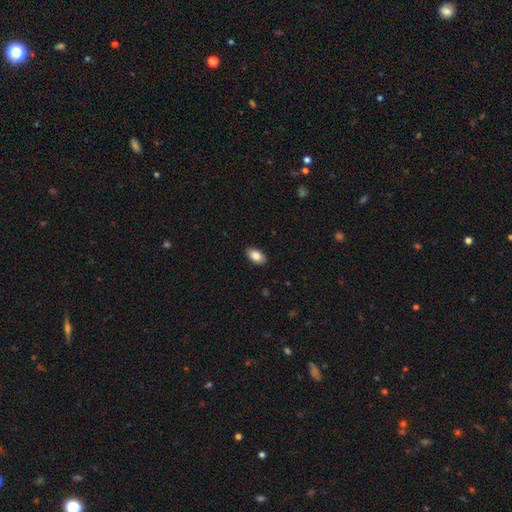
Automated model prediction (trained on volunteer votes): A smooth galaxy with no disk features (86%) that is in between round and cigar-shaped (93%).

Vote fractions:
- Smooth or featured? smooth: 86% / star or artifact: 7% / featured or disk: 7%
- How rounded? in between: 93% / round: 5% / cigar-shaped: 2%
- Merging? none: 90% / minor disturbance: 7% / major disturbance: 2% / merger: 1%